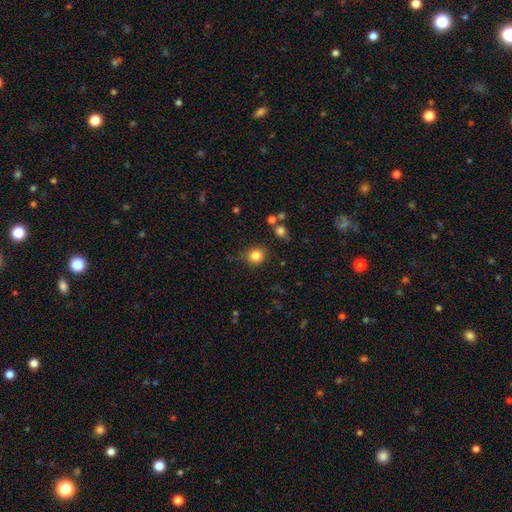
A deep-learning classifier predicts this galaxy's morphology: Smooth or featured?
  - smooth: 83% *
  - star or artifact: 11%
  - featured or disk: 6%
How rounded?
  - round: 86% *
  - in between: 13%
  - cigar-shaped: 1%
Merging?
  - none: 79% *
  - minor disturbance: 13%
  - major disturbance: 4%
  - merger: 3%